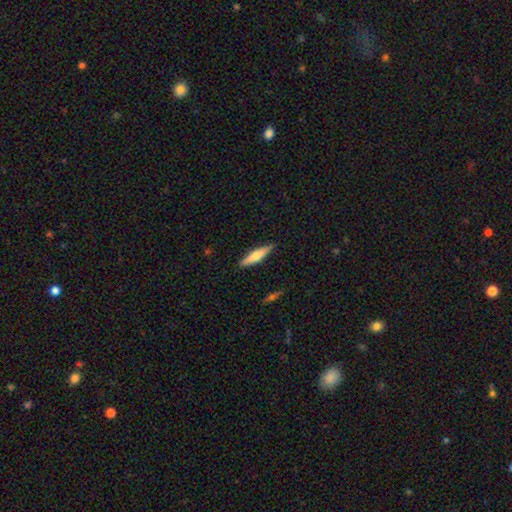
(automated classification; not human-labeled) Smooth or featured? smooth (53%)
How rounded? cigar-shaped (84%)
Merging? none (88%)